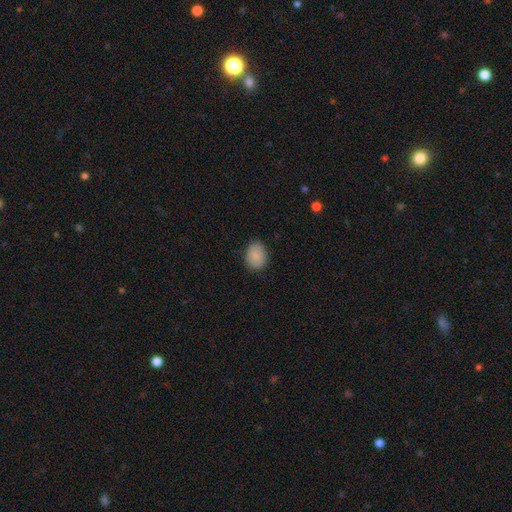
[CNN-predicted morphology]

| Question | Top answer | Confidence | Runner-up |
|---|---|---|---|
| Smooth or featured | smooth | 87% | star or artifact (7%) |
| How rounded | in between | 62% | round (37%) |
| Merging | none | 85% | minor disturbance (12%) |